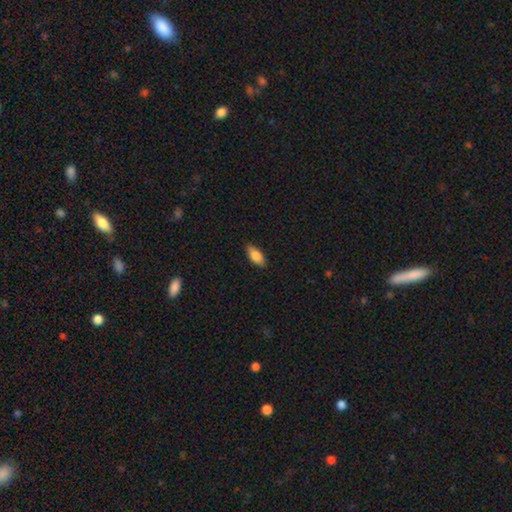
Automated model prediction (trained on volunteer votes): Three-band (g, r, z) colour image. It shows a smooth galaxy with no disk features (82%) that is in between round and cigar-shaped (85%). Merging: none (87%).